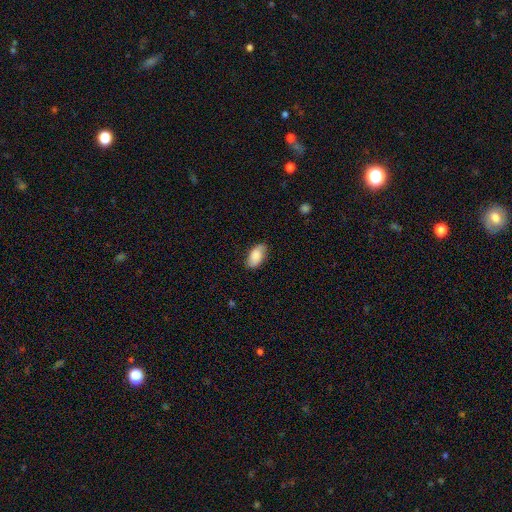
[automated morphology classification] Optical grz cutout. It shows a smooth galaxy with no disk features (80%) that is in between round and cigar-shaped (93%). Merging: none (78%).